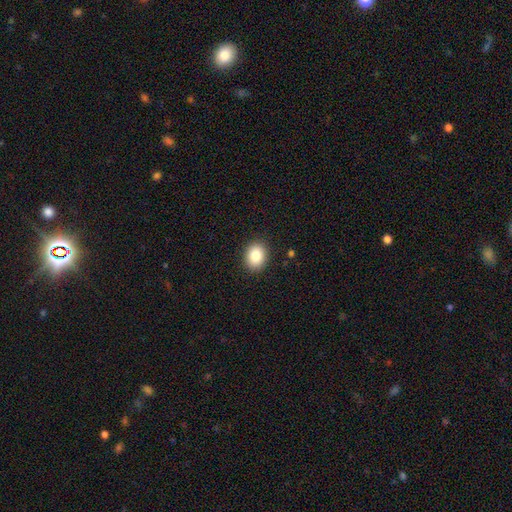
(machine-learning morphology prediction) This is clearly a smooth galaxy (86%). How rounded: possibly in between (53%). Merging: clearly none (90%).